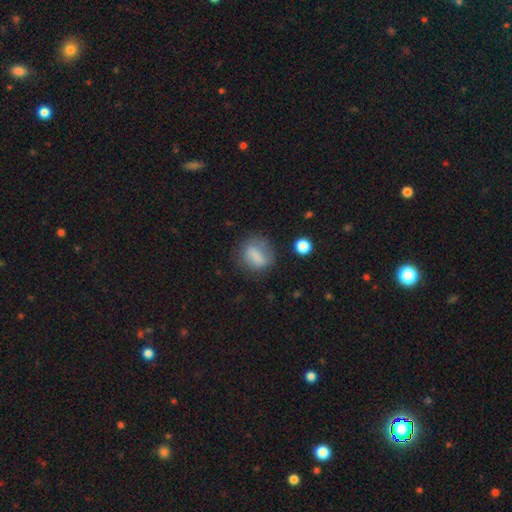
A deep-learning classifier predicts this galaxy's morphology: type=smooth (73%); roundness=in between (48%, tied with round); merging=none (60%).